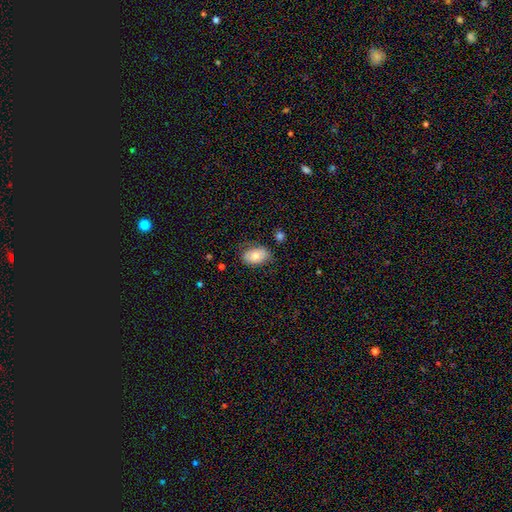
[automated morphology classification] type=smooth (75%); roundness=in between (89%); merging=none (72%).